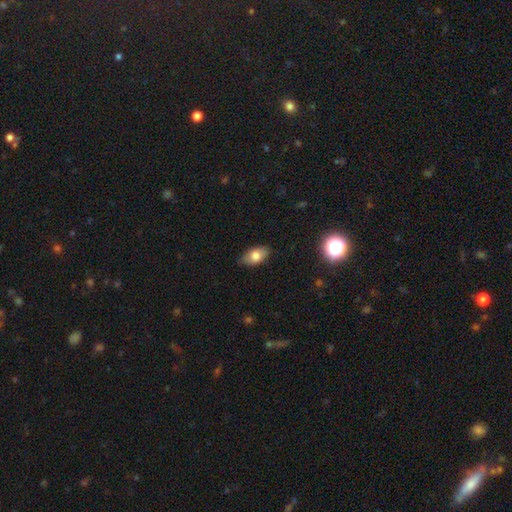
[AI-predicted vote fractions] This appears to be a smooth galaxy with no disk features (77%) that is in between round and cigar-shaped (91%). Merging: none (85%).